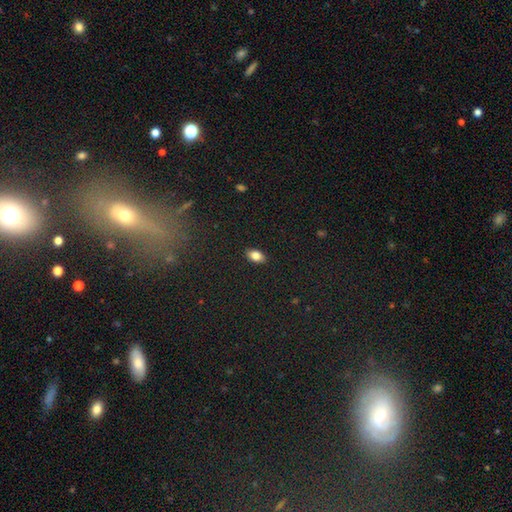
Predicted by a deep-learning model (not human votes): smooth_or_featured: smooth (p=0.83) [alt: featured or disk p=0.09]
how_rounded: in between (p=0.90) [alt: round p=0.07]
merging: none (p=0.89) [alt: minor disturbance p=0.08]